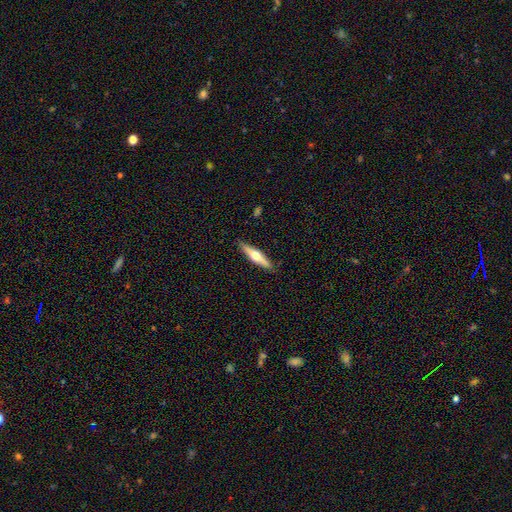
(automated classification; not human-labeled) Morphology: type=featured or disk (56%); edge-on=yes (94%); edge-on bulge=rounded (93%); merging=none (89%).